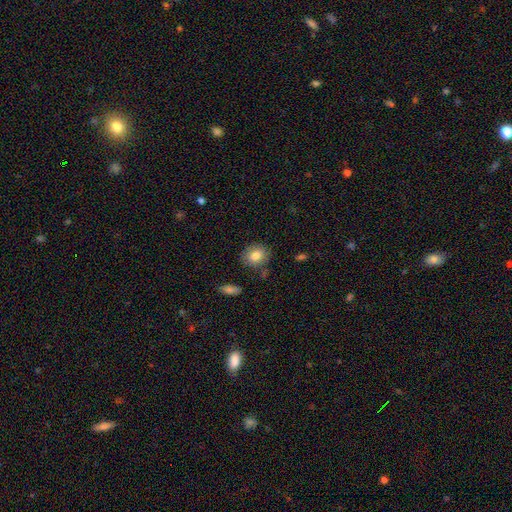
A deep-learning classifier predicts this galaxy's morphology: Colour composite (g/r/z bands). It shows a smooth galaxy with no disk features (82%) that is round (65%). Merging: none (80%).